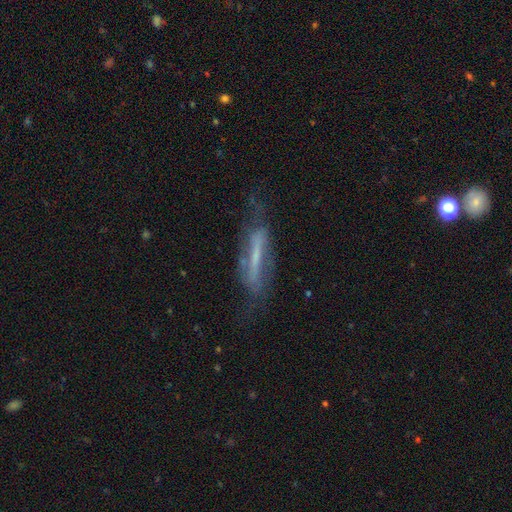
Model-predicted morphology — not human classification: Smooth or featured: featured or disk — 65% (smooth — 26%)
Edge-on disk: yes — 50% (tied with no — 50%)
Merging: none — 56% (minor disturbance — 25%)